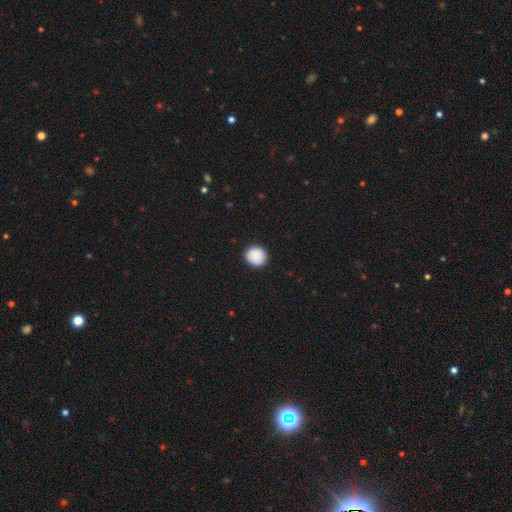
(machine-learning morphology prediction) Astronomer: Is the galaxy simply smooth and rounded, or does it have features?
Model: smooth — 89%.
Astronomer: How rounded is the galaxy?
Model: round — 87%.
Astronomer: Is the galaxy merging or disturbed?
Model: none — 90%.